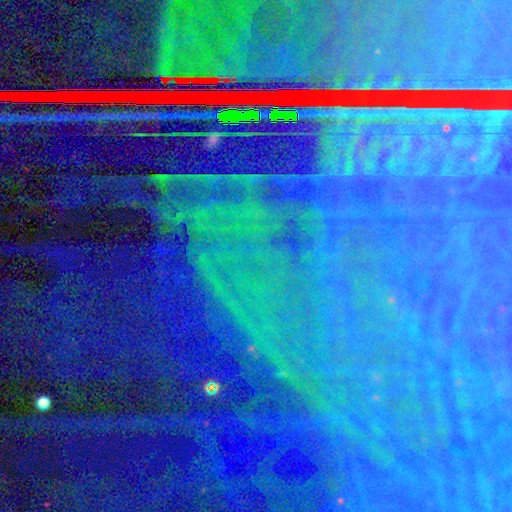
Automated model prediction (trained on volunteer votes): smooth-or-featured: star or artifact: 87% | featured or disk: 8% | smooth: 6%